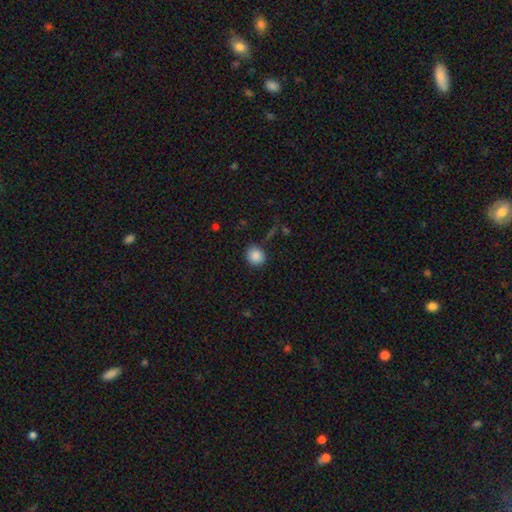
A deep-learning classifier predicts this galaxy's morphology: Smooth or featured?
  - smooth: 87% *
  - star or artifact: 9%
  - featured or disk: 4%
How rounded?
  - round: 84% *
  - in between: 15%
  - cigar-shaped: 1%
Merging?
  - none: 83% *
  - minor disturbance: 12%
  - major disturbance: 3%
  - merger: 3%